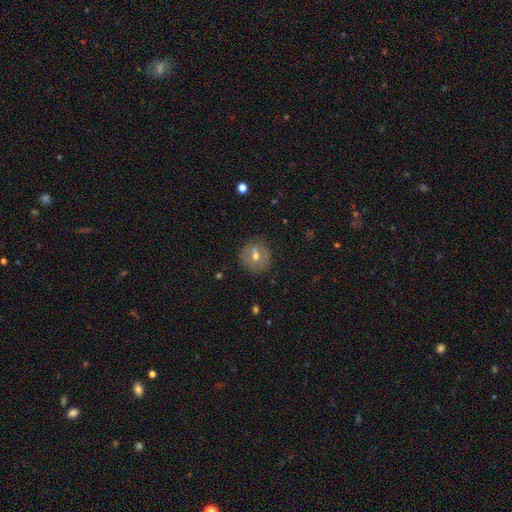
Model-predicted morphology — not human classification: Smooth or featured? Predicted: smooth (p=0.60). How rounded? Predicted: round (p=0.89). Merging? Predicted: none (p=0.78).